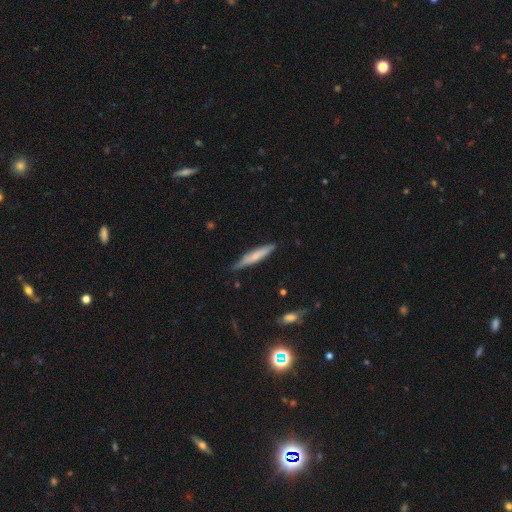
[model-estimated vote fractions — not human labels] This appears to be a smooth galaxy with no disk features (62%) that is cigar-shaped (91%). Merging: none (75%).